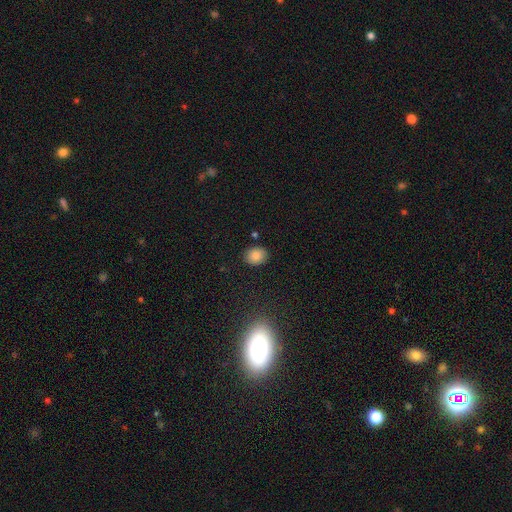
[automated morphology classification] Overall: smooth (84%). How rounded: round (62%; in between 37%). Merging: none (86%).